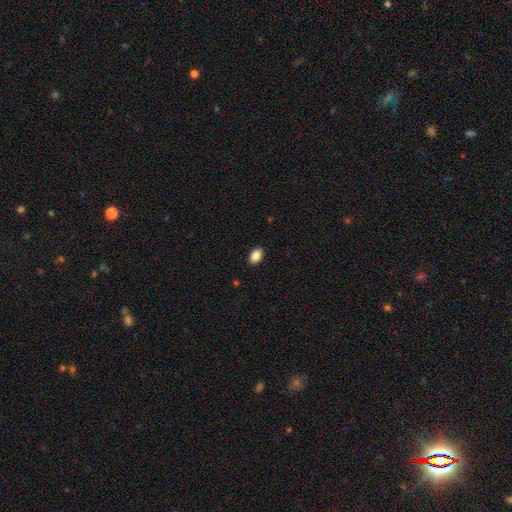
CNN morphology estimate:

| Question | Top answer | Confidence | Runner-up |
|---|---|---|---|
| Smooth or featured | smooth | 87% | star or artifact (8%) |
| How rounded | in between | 88% | round (11%) |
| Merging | none | 90% | minor disturbance (7%) |